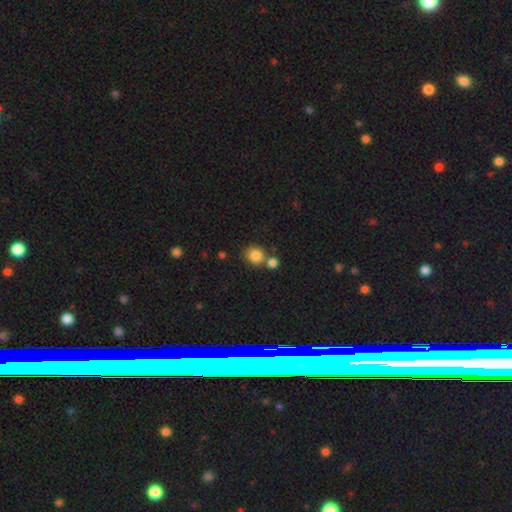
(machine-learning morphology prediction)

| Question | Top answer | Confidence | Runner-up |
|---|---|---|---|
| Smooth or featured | smooth | 84% | star or artifact (10%) |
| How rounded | round | 81% | in between (18%) |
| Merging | none | 60% | merger (27%) |